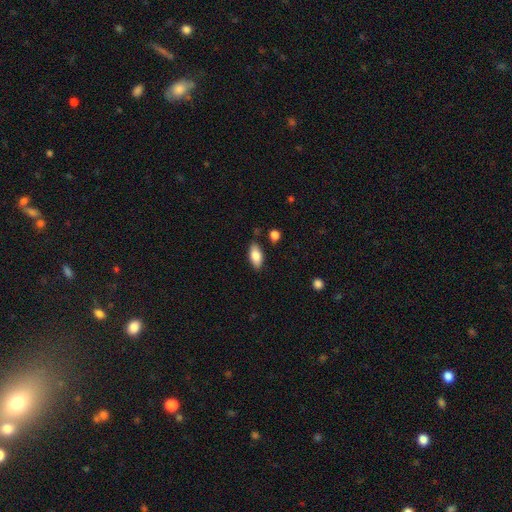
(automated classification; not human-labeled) This appears to be a smooth galaxy with no disk features (82%) that is in between round and cigar-shaped (88%). Merging: none (82%).